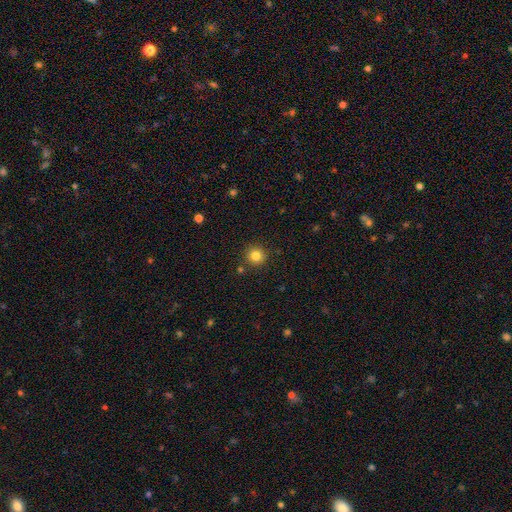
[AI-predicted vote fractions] Smooth or featured? smooth (83%)
How rounded? round (95%)
Merging? none (89%)